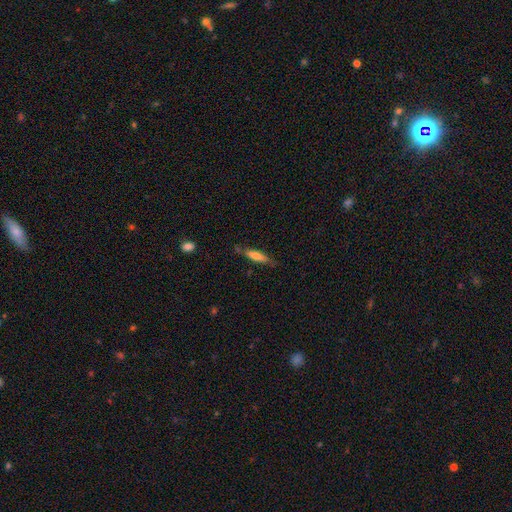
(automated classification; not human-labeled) Smooth or featured?
  - smooth: 66% *
  - featured or disk: 27%
  - star or artifact: 7%
How rounded?
  - cigar-shaped: 74% *
  - in between: 24%
  - round: 2%
Merging?
  - none: 72% *
  - minor disturbance: 20%
  - major disturbance: 4%
  - merger: 4%